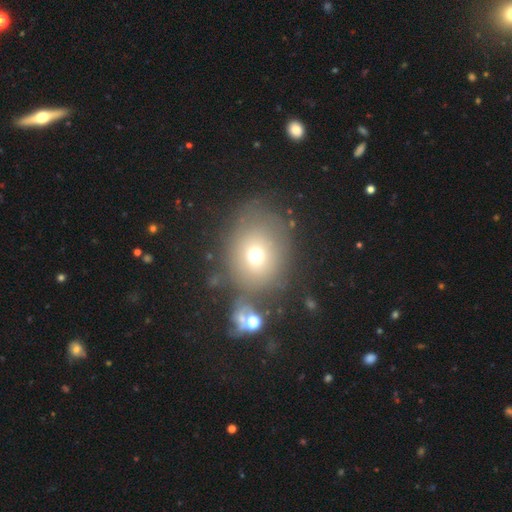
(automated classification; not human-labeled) This is likely a smooth galaxy (65%). How rounded: likely round (68%). Merging: possibly none (56%).